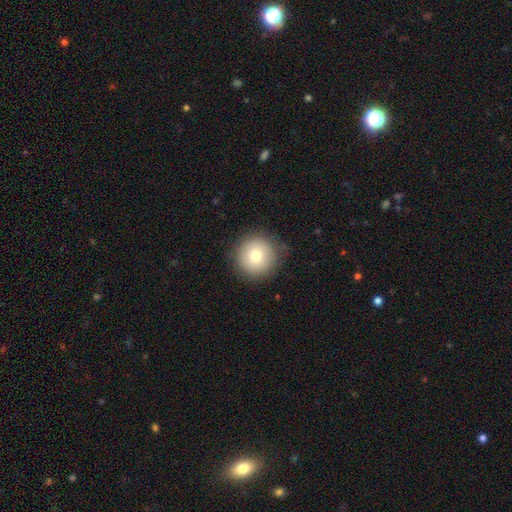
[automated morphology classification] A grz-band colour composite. It shows a smooth galaxy with no disk features (80%) that is round (95%). Merging: none (85%).